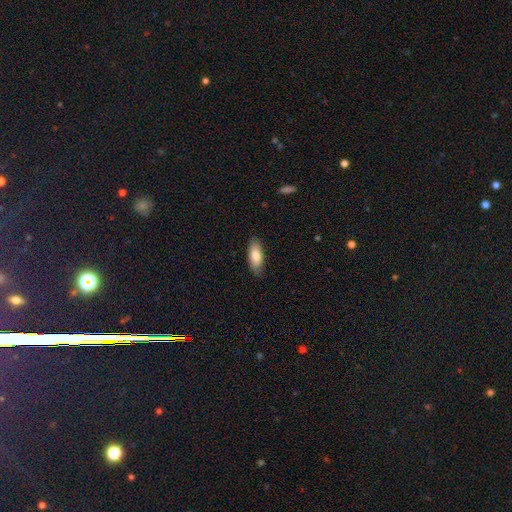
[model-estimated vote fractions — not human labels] This is likely a smooth galaxy (80%). How rounded: likely in between (79%). Merging: clearly none (84%).